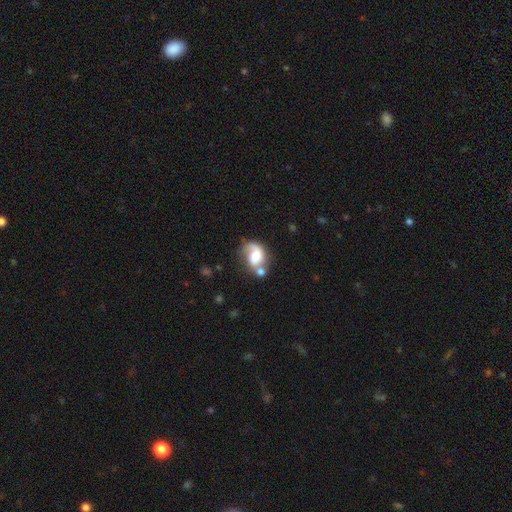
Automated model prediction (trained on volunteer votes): Smooth or featured?
  - featured or disk: 55% *
  - smooth: 37%
  - star or artifact: 8%
Edge-on disk?
  - no: 97% *
  - yes: 3%
Bar?
  - no: 58% *
  - weak: 32%
  - strong: 10%
Spiral arms?
  - yes: 84% *
  - no: 16%
Bulge size?
  - moderate: 43% *
  - large: 30%
  - small: 16%
  - none: 7%
  - dominant: 6%
Merging?
  - none: 35% *
  - merger: 28%
  - minor disturbance: 20%
  - major disturbance: 17%